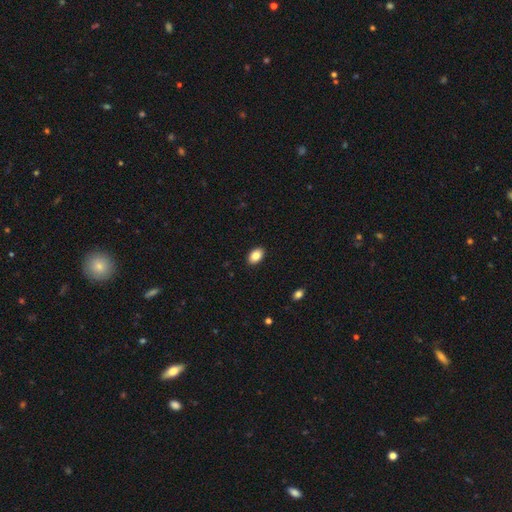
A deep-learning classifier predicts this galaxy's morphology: Overall: smooth (85%). How rounded: in between (89%). Merging: none (90%).